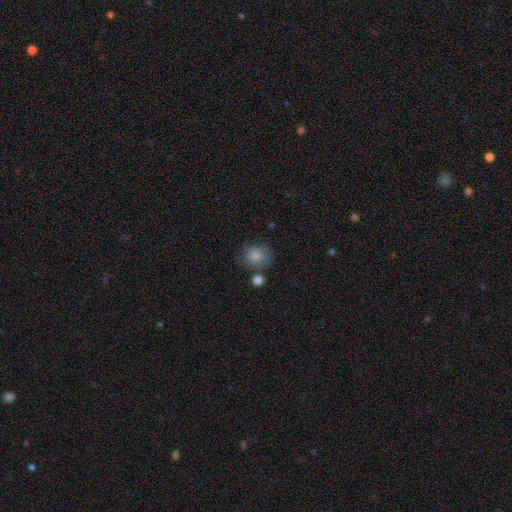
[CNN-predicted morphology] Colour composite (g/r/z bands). It shows a smooth galaxy with no disk features (83%) that is round (78%). Merging: none (65%).